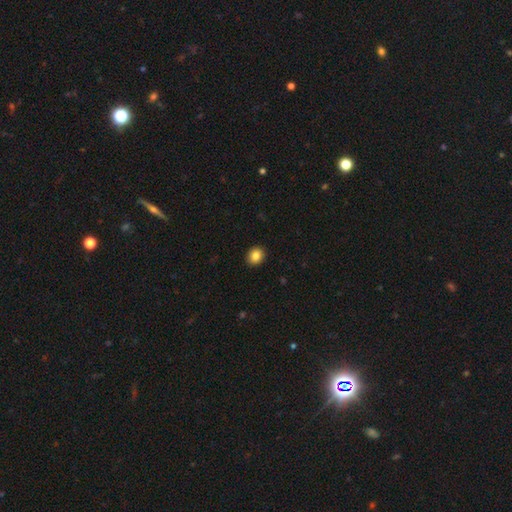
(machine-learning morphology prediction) Smooth or featured? Predicted: smooth (p=0.86). How rounded? Predicted: round (p=0.67). Merging? Predicted: none (p=0.91).